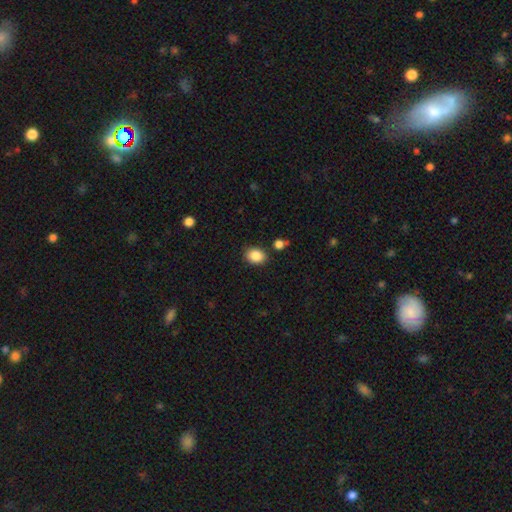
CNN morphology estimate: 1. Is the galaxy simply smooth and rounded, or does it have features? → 87% smooth, 9% star or artifact, 5% featured or disk.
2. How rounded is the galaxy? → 60% in between, 39% round, 1% cigar-shaped.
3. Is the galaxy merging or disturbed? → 84% none, 9% minor disturbance, 4% merger, 3% major disturbance.